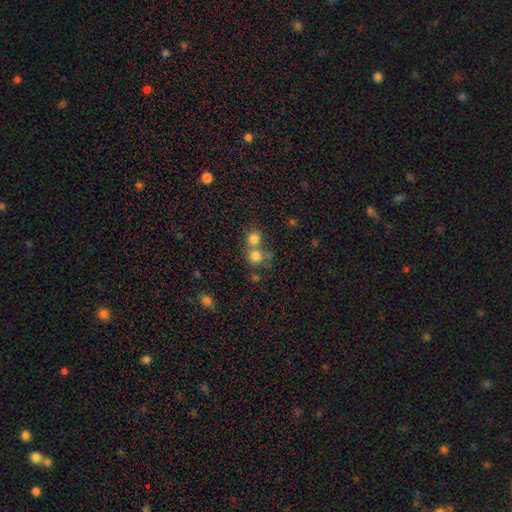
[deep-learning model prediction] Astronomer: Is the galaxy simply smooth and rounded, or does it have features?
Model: smooth — 77%.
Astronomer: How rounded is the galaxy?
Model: round — 88%.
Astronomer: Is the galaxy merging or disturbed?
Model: merger — 48% (runner-up: none, 44%).